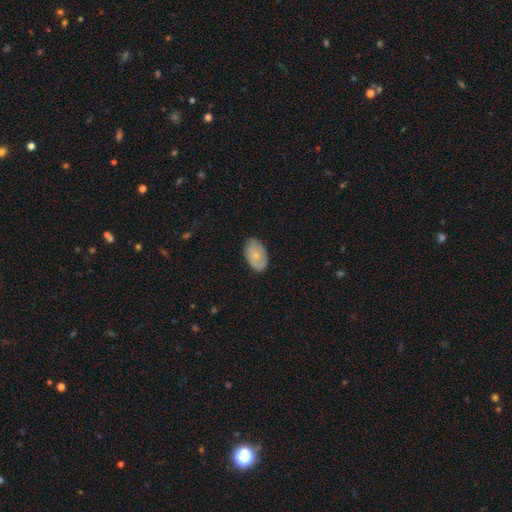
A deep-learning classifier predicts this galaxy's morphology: The model was most divided on "smooth or featured": smooth: 74%, featured or disk: 19%, star or artifact: 7%. More confident: how rounded — in between (91%); merging — none (77%).